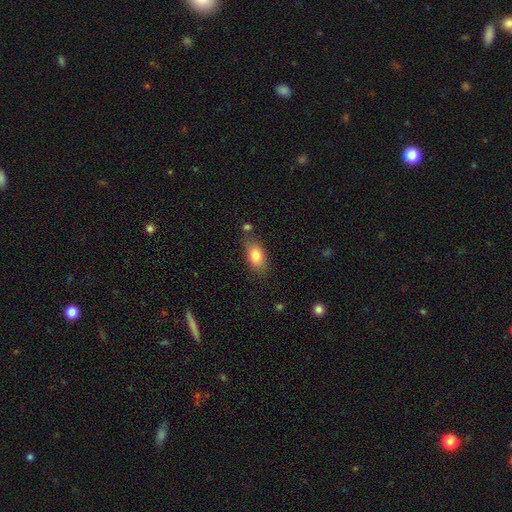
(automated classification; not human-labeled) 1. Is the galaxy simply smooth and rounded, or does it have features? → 80% smooth, 12% featured or disk, 8% star or artifact.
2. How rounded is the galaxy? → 86% in between, 9% round, 5% cigar-shaped.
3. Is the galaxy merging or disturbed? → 73% none, 17% minor disturbance, 6% merger, 4% major disturbance.